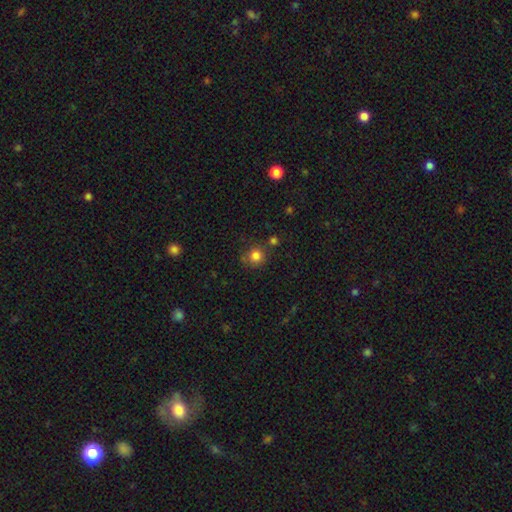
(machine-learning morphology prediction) A smooth galaxy with no disk features (82%) that is round (91%). Merging: none (72%).